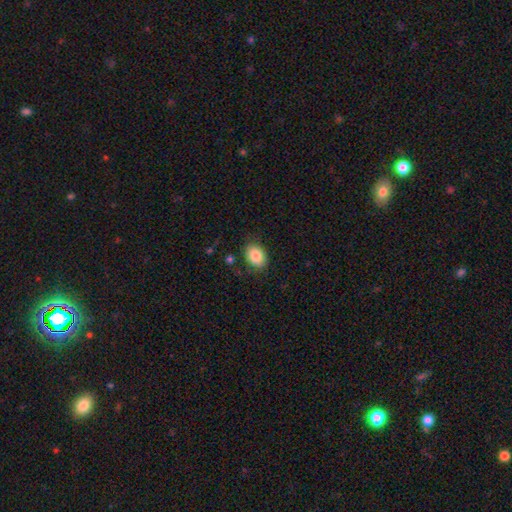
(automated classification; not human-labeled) Smooth or featured?
  - smooth: 86% *
  - star or artifact: 8%
  - featured or disk: 6%
How rounded?
  - in between: 66% *
  - round: 33%
  - cigar-shaped: 1%
Merging?
  - none: 81% *
  - minor disturbance: 14%
  - major disturbance: 4%
  - merger: 2%